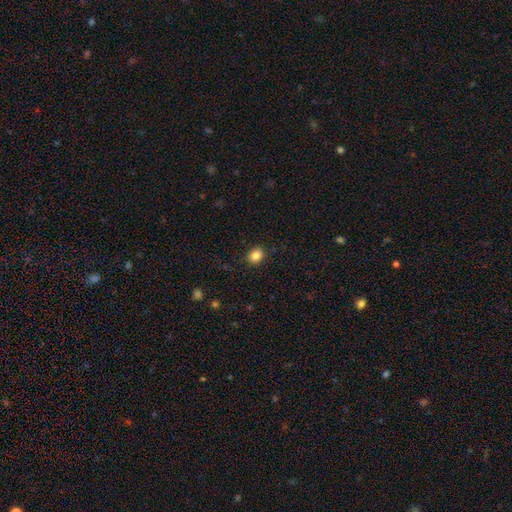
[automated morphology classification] This is clearly a smooth galaxy (85%). How rounded: likely round (61%). Merging: clearly none (88%).